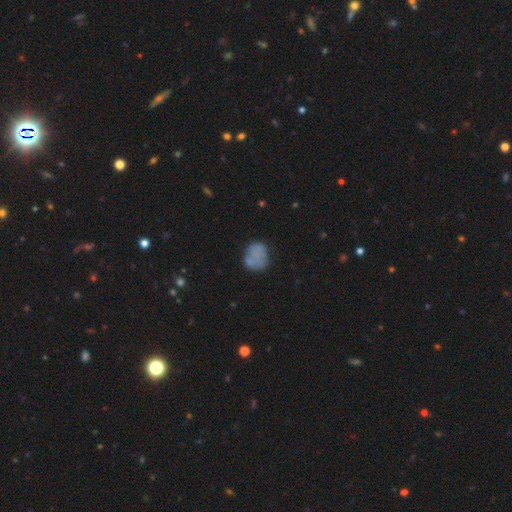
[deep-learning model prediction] Smooth or featured? smooth (66%)
How rounded? round (56%)
Merging? none (53%)